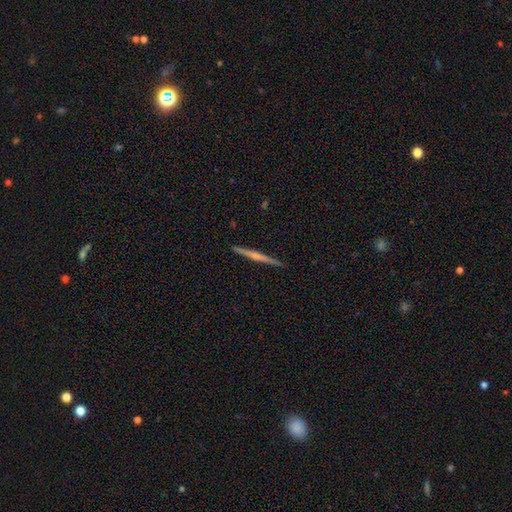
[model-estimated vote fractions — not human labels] Smooth or featured: featured or disk — 66% (smooth — 24%)
Edge-on disk: yes — 97% (no — 3%)
Edge-on bulge: rounded — 55% (none — 36%)
Merging: none — 90% (minor disturbance — 6%)